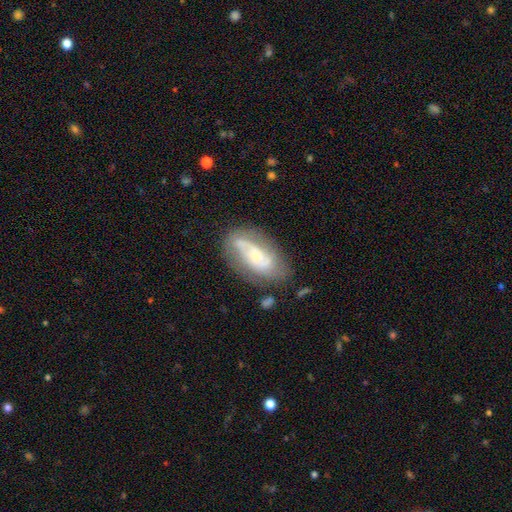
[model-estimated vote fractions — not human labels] Smooth or featured: featured or disk — 65% (smooth — 27%)
Edge-on disk: no — 93% (yes — 7%)
Bar: no — 56% (weak — 31%)
Spiral arms: yes — 81% (no — 19%)
Bulge size: small — 46% (moderate — 36%)
Merging: none — 68% (minor disturbance — 20%)